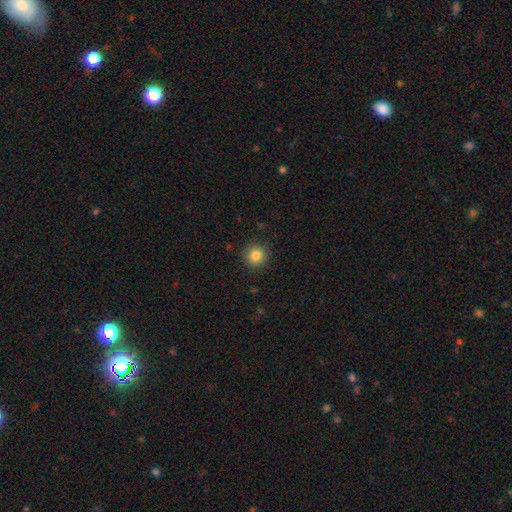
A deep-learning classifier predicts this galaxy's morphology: smooth-or-featured: smooth: 83% | star or artifact: 11% | featured or disk: 6%
  how-rounded: round: 94% | in between: 5% | cigar-shaped: 1%
  merging: none: 91% | minor disturbance: 6% | major disturbance: 2% | merger: 1%